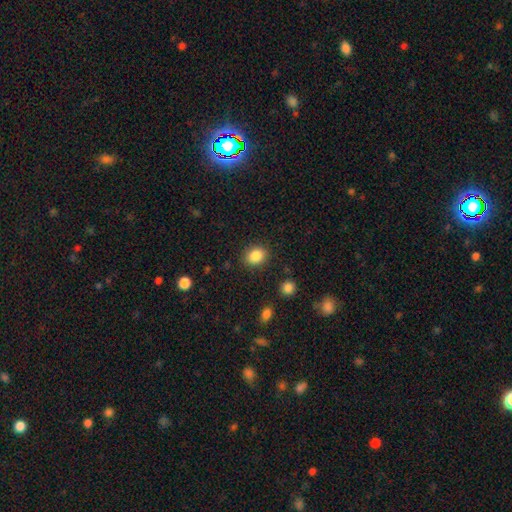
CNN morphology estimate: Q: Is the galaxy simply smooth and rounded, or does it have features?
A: smooth — 86%.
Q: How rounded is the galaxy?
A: in between — 50%.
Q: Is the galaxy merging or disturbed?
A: none — 87%.